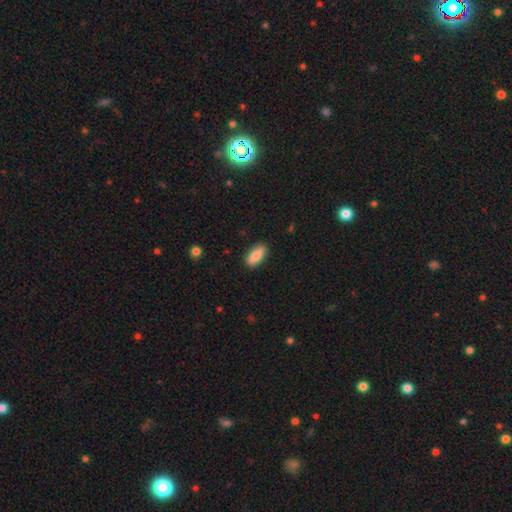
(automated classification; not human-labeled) Smooth or featured: smooth — 83% (featured or disk — 11%)
How rounded: in between — 81% (cigar-shaped — 16%)
Merging: none — 86% (minor disturbance — 10%)